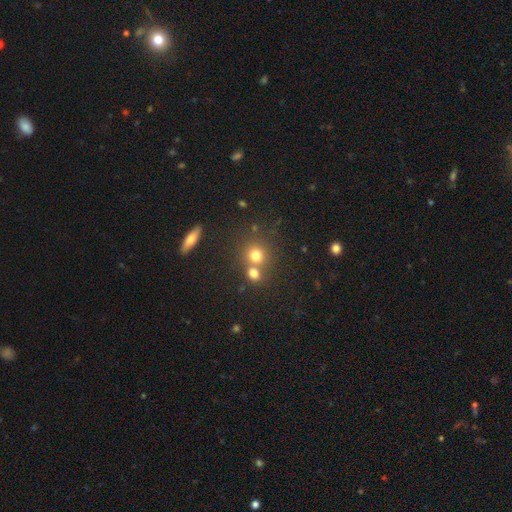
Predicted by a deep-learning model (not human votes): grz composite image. It shows a smooth galaxy with no disk features (74%) that is round (86%). Merging: none (53%).